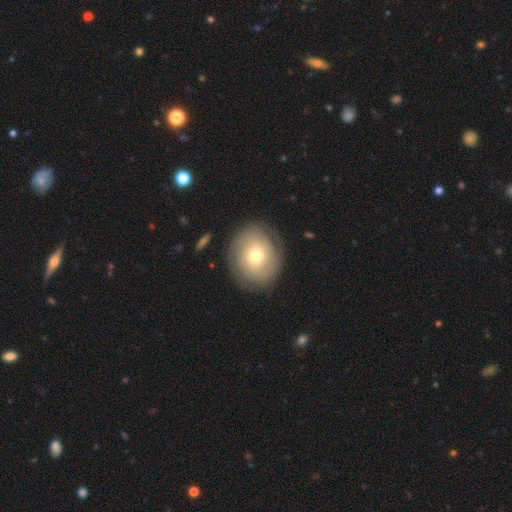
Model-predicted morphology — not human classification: A smooth galaxy with no disk features (52%) that is round (65%).

Vote fractions:
- Smooth or featured? smooth: 52% / featured or disk: 40% / star or artifact: 8%
- How rounded? round: 65% / in between: 34% / cigar-shaped: 1%
- Merging? none: 82% / minor disturbance: 12% / major disturbance: 5% / merger: 1%